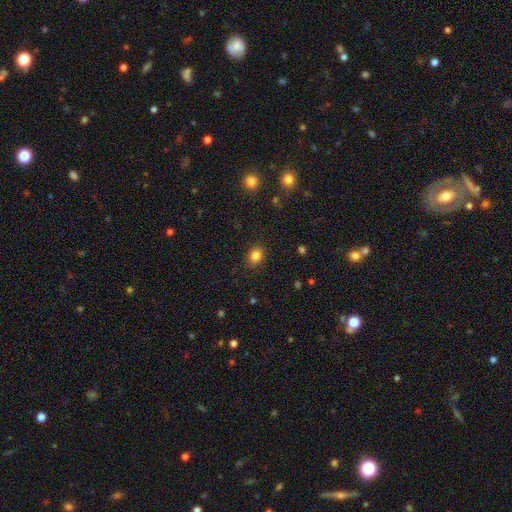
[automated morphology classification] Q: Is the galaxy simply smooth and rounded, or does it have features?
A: smooth — 83%.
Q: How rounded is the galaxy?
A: round — 65%.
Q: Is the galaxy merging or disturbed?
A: none — 87%.